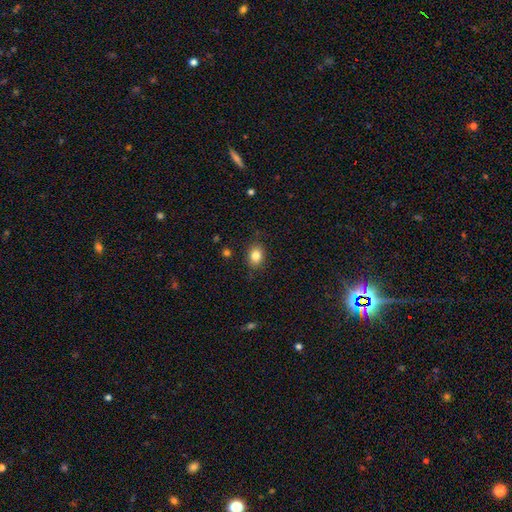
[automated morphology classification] smooth_or_featured: smooth (p=0.83) [alt: star or artifact p=0.10]
how_rounded: in between (p=0.59) [alt: round p=0.40]
merging: none (p=0.84) [alt: minor disturbance p=0.12]